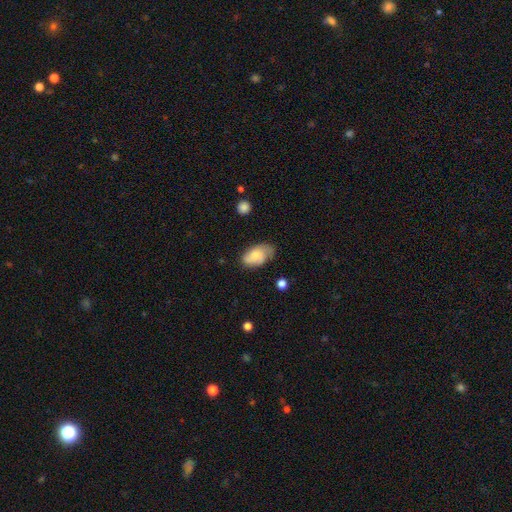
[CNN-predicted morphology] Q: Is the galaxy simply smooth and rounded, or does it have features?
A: smooth — 68%.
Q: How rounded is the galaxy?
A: in between — 92%.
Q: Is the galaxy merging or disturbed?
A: none — 54%.